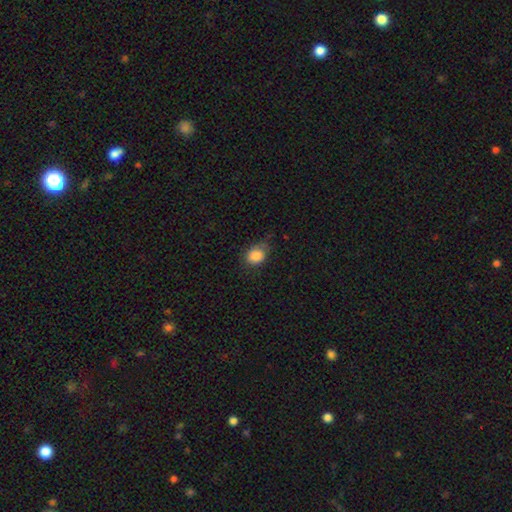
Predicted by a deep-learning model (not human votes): This is clearly a smooth galaxy (86%). How rounded: possibly round (51%). Merging: likely none (62%).